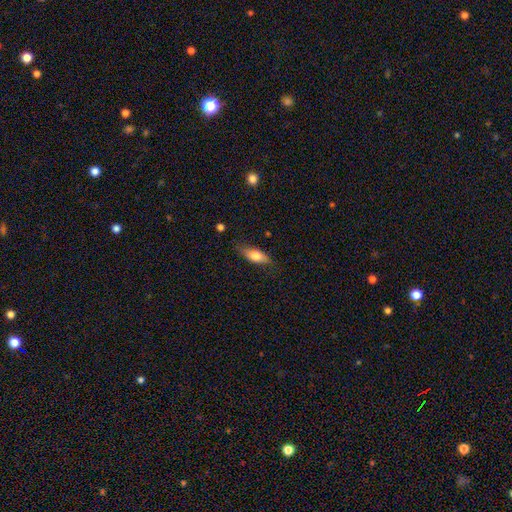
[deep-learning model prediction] Morphology: type=smooth (73%); roundness=in between (73%); merging=none (78%).